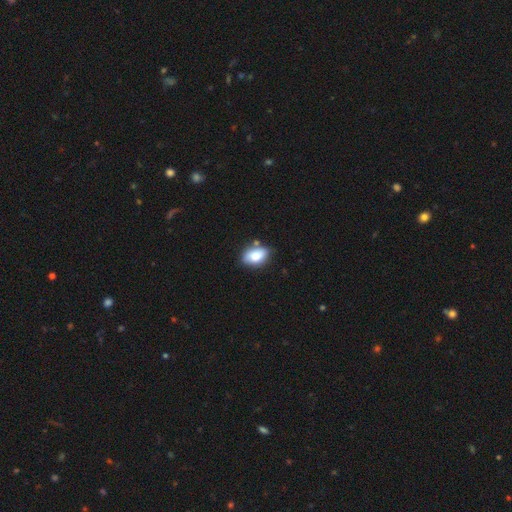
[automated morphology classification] Smooth or featured?
  - smooth: 83% *
  - featured or disk: 10%
  - star or artifact: 7%
How rounded?
  - in between: 89% *
  - round: 9%
  - cigar-shaped: 2%
Merging?
  - none: 68% *
  - minor disturbance: 20%
  - merger: 8%
  - major disturbance: 4%